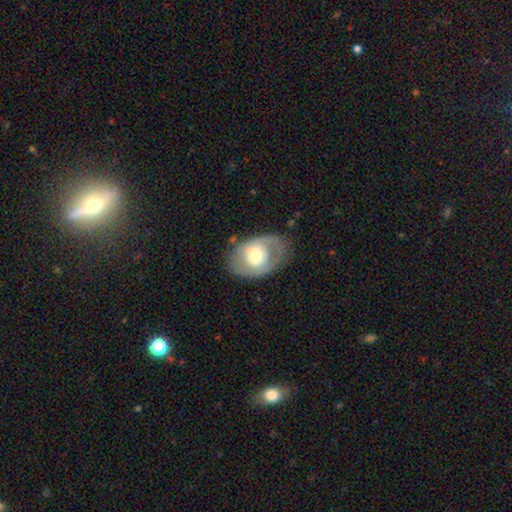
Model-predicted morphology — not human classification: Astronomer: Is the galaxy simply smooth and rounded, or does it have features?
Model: featured or disk — 54% (runner-up: smooth, 40%).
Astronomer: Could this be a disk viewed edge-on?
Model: no — 92%.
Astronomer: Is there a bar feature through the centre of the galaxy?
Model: no — 76%.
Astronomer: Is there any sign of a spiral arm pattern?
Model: no — 59% (runner-up: yes, 41%).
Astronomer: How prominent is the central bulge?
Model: moderate — 61%.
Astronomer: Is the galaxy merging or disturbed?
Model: none — 66%.